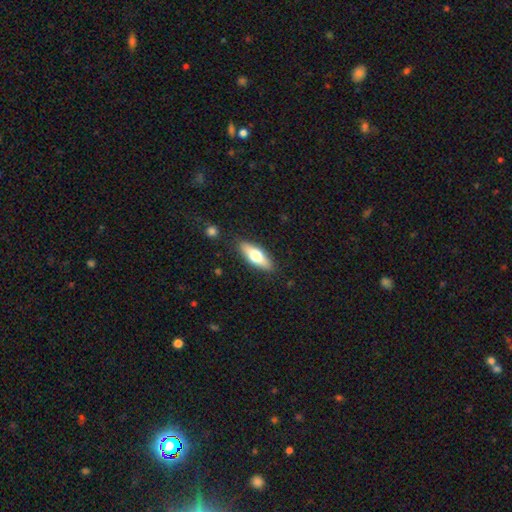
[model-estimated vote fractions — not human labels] Smooth or featured: smooth — 58% (featured or disk — 36%)
How rounded: in between — 64% (cigar-shaped — 33%)
Merging: none — 87% (minor disturbance — 10%)